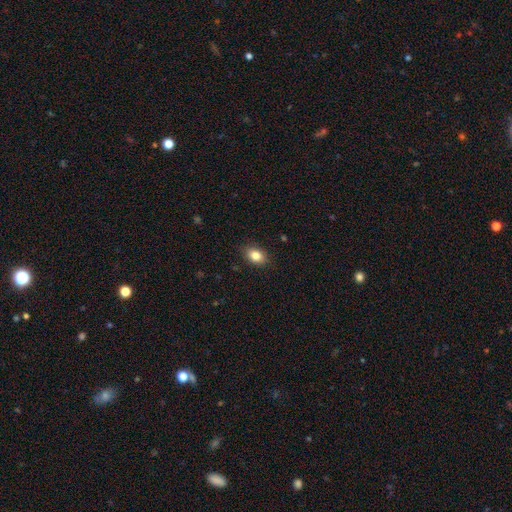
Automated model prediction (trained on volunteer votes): Overall: smooth (83%). How rounded: in between (74%). Merging: none (86%).